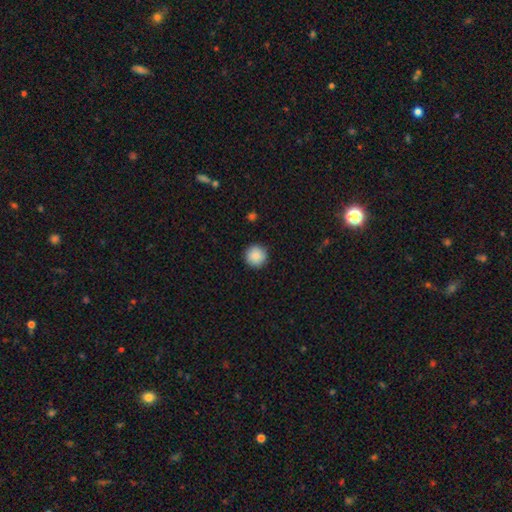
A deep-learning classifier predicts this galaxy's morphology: A smooth galaxy with no disk features (89%) that is round (96%).

Vote fractions:
- Smooth or featured? smooth: 89% / star or artifact: 8% / featured or disk: 4%
- How rounded? round: 96% / in between: 3% / cigar-shaped: 1%
- Merging? none: 92% / minor disturbance: 6% / major disturbance: 2% / merger: 1%